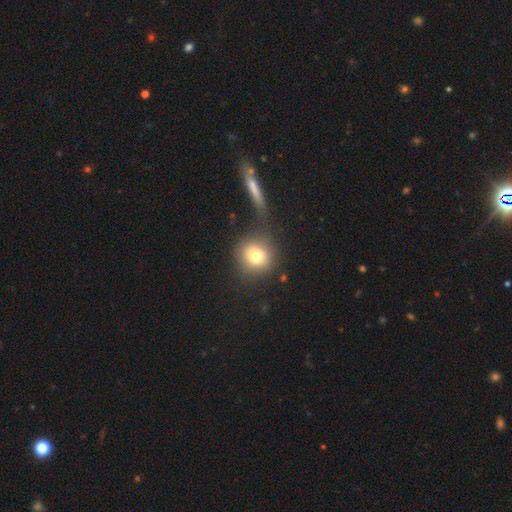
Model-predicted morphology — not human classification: smooth_or_featured: smooth (p=0.75) [alt: featured or disk p=0.13]
how_rounded: round (p=0.89) [alt: in between p=0.09]
merging: none (p=0.70) [alt: minor disturbance p=0.13]